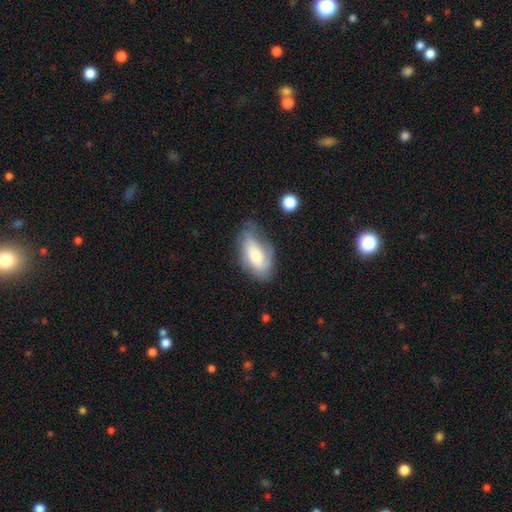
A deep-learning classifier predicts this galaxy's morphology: Q: Smooth or featured?
A: smooth (54%); runner-up: featured or disk (39%)
Q: How rounded?
A: in between (89%); runner-up: cigar-shaped (6%)
Q: Merging?
A: none (50%); runner-up: minor disturbance (33%)